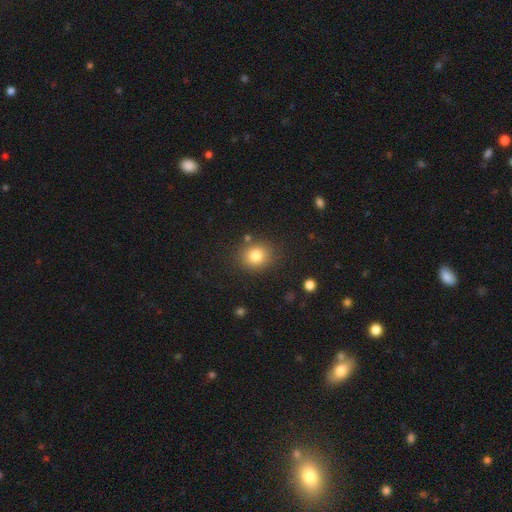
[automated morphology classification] smooth_or_featured: smooth (p=0.81) [alt: star or artifact p=0.11]
how_rounded: round (p=0.76) [alt: in between p=0.23]
merging: none (p=0.83) [alt: minor disturbance p=0.10]